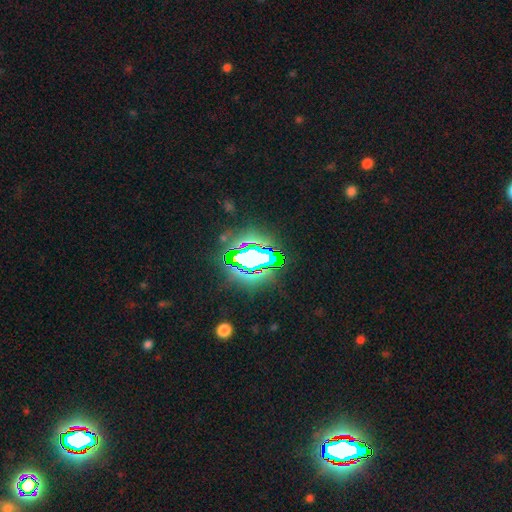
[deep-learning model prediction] A star or artifact, not a galaxy (67%).

Vote fractions:
- Smooth or featured? star or artifact: 67% / smooth: 17% / featured or disk: 17%